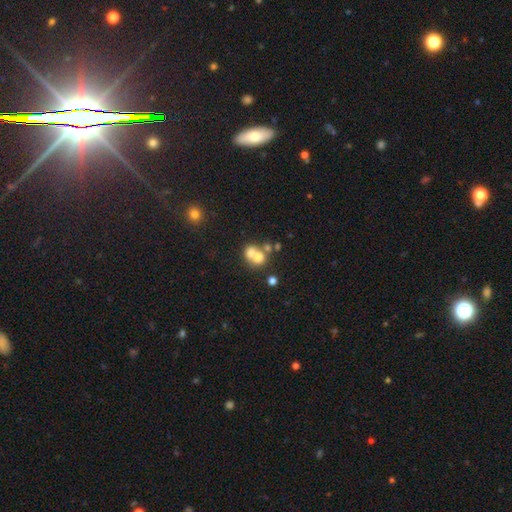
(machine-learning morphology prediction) This is likely a smooth galaxy (64%). How rounded: likely round (69%). Merging: likely merger (63%).